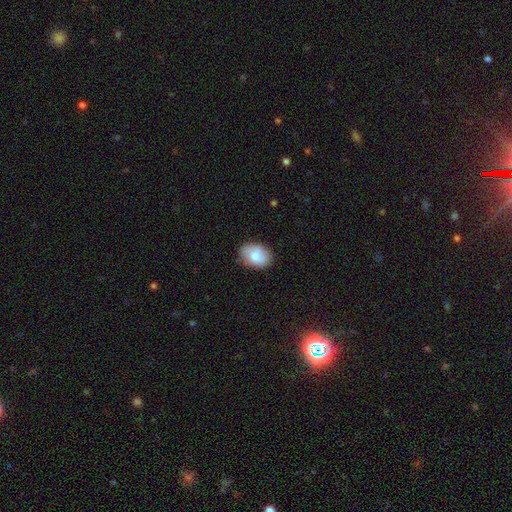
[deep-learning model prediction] smooth 80%, featured or disk 13%, star or artifact 7%. Down the decision tree: how rounded — in between (82%); merging — none (81%).